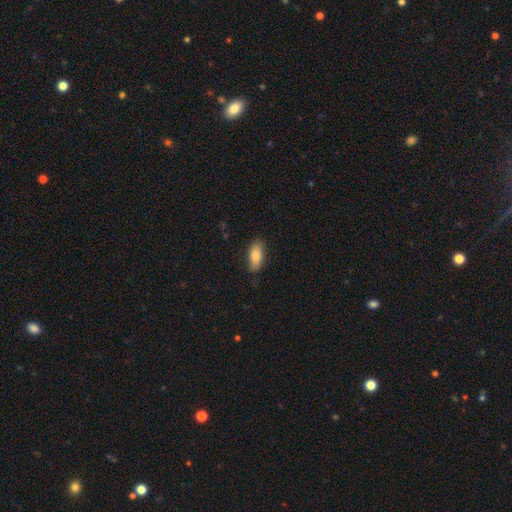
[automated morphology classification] Smooth or featured? Predicted: smooth (p=0.87). How rounded? Predicted: in between (p=0.85). Merging? Predicted: none (p=0.83).